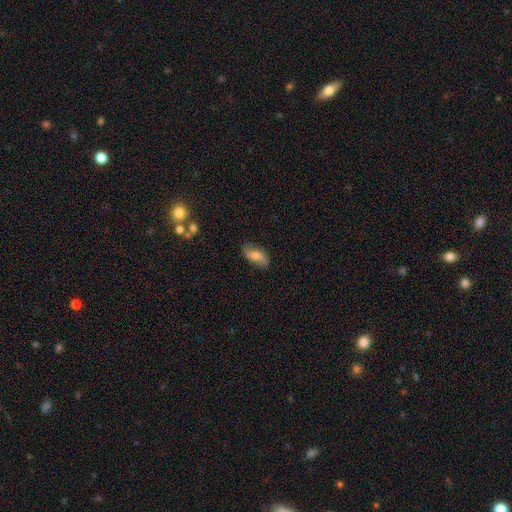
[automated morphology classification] Smooth or featured?
  - smooth: 52% *
  - featured or disk: 40%
  - star or artifact: 8%
How rounded?
  - in between: 84% *
  - cigar-shaped: 11%
  - round: 4%
Merging?
  - none: 77% *
  - minor disturbance: 17%
  - major disturbance: 5%
  - merger: 2%